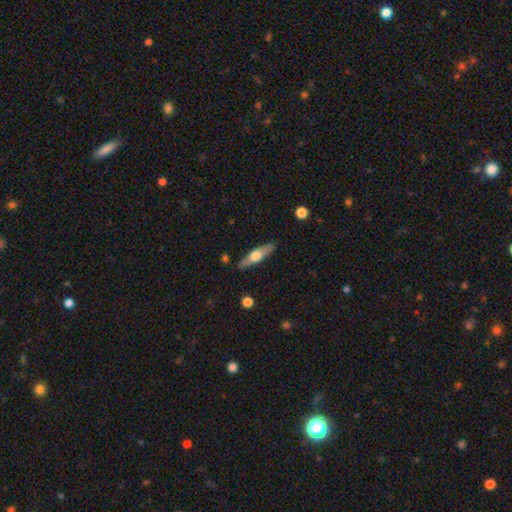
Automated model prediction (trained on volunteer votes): A smooth galaxy with no disk features (47%, tied with featured or disk). Merging: none (87%).